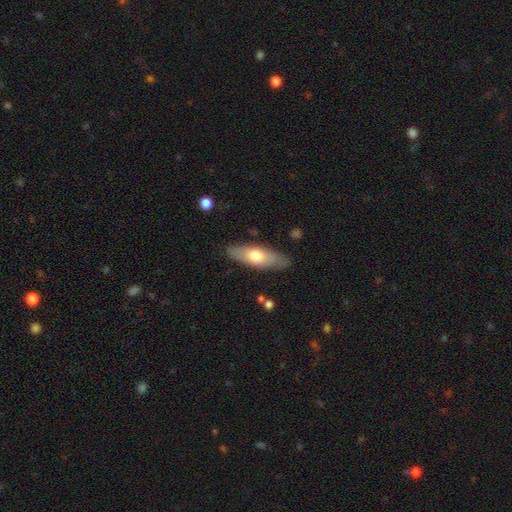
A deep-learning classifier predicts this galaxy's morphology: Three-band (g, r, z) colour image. It shows a smooth galaxy with no disk features (62%) that is in between round and cigar-shaped (58%). Merging: none (84%).